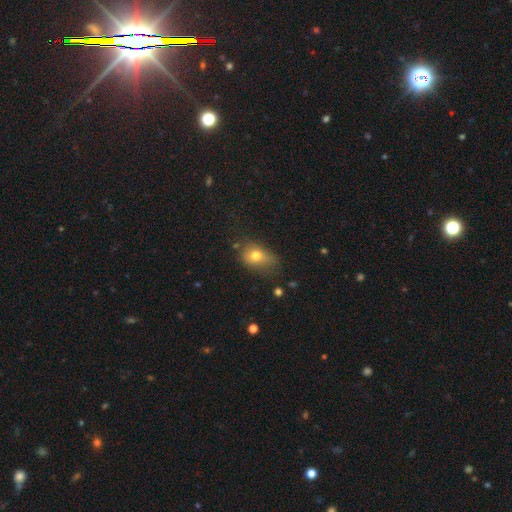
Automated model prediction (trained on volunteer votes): smooth_or_featured: smooth (p=0.73) [alt: featured or disk p=0.14]
how_rounded: in between (p=0.66) [alt: round p=0.32]
merging: none (p=0.43) [alt: minor disturbance p=0.35]